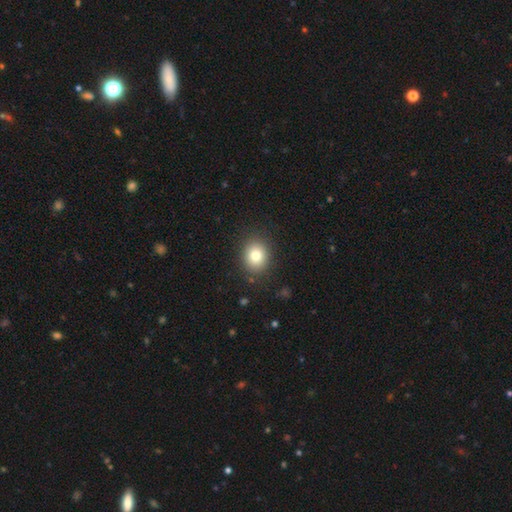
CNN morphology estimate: Smooth or featured? Predicted: smooth (p=0.79). How rounded? Predicted: round (p=0.66). Merging? Predicted: none (p=0.87).